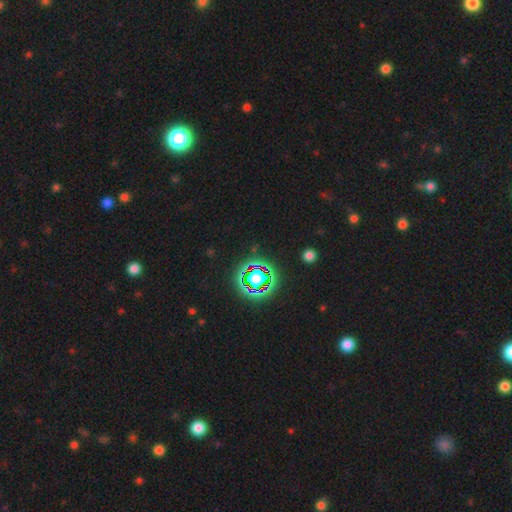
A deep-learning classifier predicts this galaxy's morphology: The model was most divided on "smooth or featured": star or artifact: 80%, smooth: 12%, featured or disk: 8%.